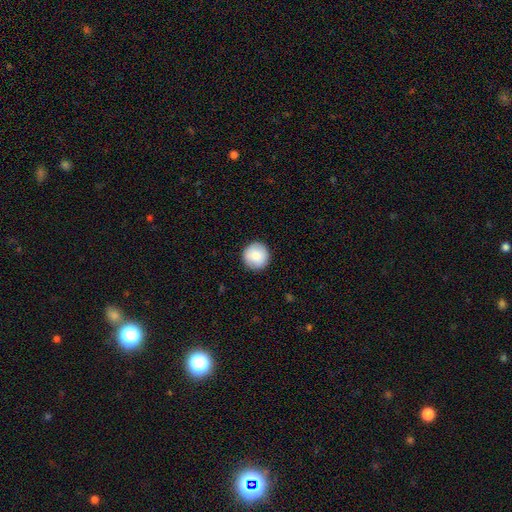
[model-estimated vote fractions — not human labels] The model was most divided on "smooth or featured": smooth: 83%, featured or disk: 10%, star or artifact: 7%. More confident: how rounded — round (96%); merging — none (92%).